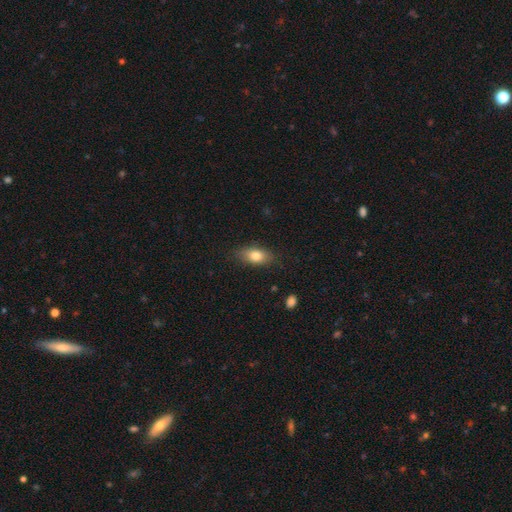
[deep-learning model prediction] Smooth or featured: smooth — 80% (featured or disk — 13%)
How rounded: in between — 84% (cigar-shaped — 9%)
Merging: none — 81% (minor disturbance — 15%)